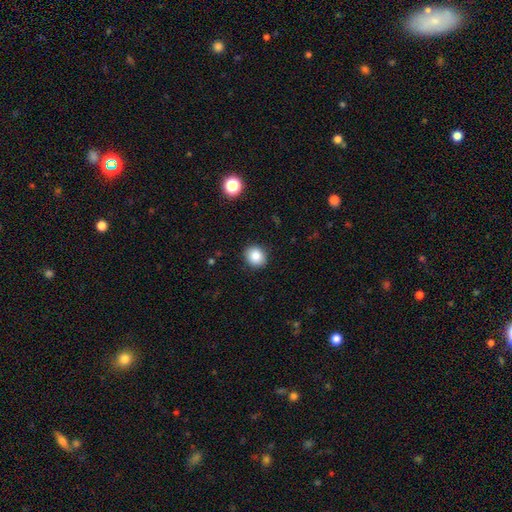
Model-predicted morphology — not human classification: This appears to be a smooth galaxy with no disk features (85%) that is round (74%). Merging: none (90%).